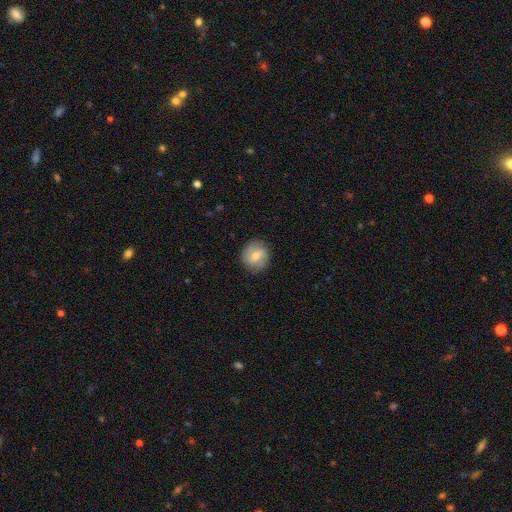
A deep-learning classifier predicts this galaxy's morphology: A smooth galaxy with no disk features (56%) that is round (84%). Merging: none (85%).